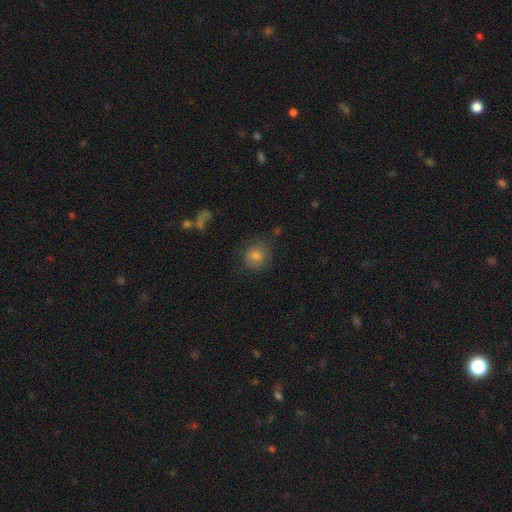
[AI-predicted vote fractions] smooth 74%, star or artifact 15%, featured or disk 11%. Down the decision tree: how rounded — round (82%); merging — none (76%).